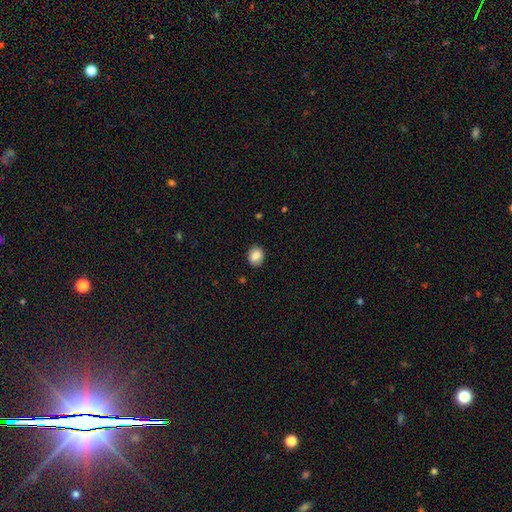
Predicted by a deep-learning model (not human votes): smooth_or_featured: smooth (p=0.84) [alt: star or artifact p=0.08]
how_rounded: in between (p=0.53) [alt: round p=0.46]
merging: none (p=0.88) [alt: minor disturbance p=0.09]